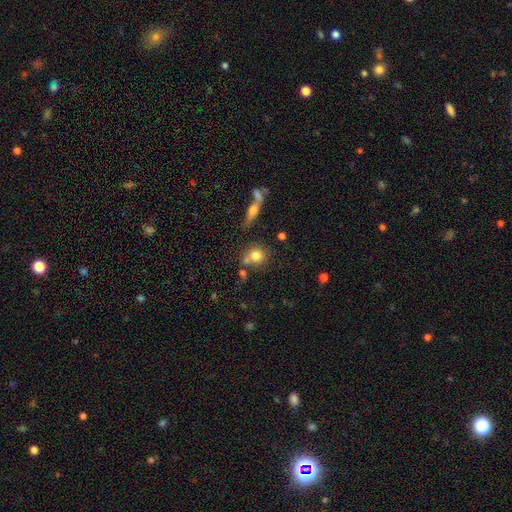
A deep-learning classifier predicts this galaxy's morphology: This appears to be a smooth galaxy with no disk features (77%) that is round (80%). Merging: none (54%).